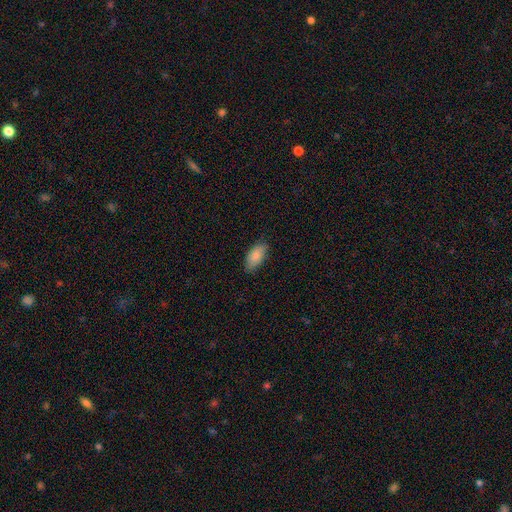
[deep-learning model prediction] A smooth galaxy with no disk features (88%) that is in between round and cigar-shaped (92%). Merging: none (83%).